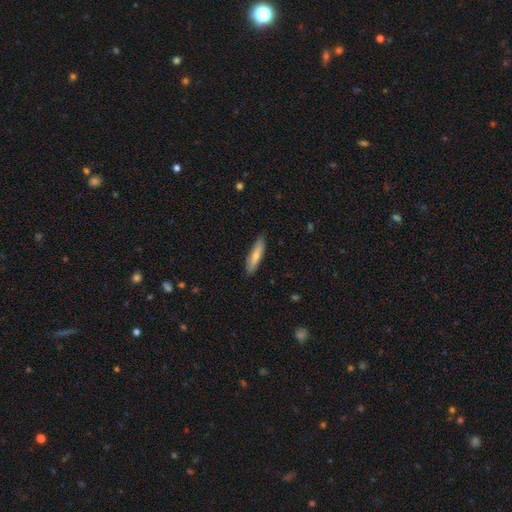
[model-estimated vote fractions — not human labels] This appears to be a smooth galaxy with no disk features (70%) that is cigar-shaped (70%). Merging: none (84%).